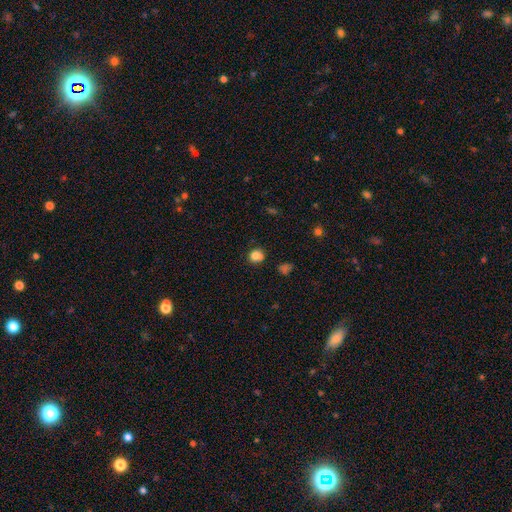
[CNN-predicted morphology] Smooth or featured?
  - smooth: 82% *
  - star or artifact: 12%
  - featured or disk: 6%
How rounded?
  - round: 79% *
  - in between: 20%
  - cigar-shaped: 1%
Merging?
  - none: 74% *
  - minor disturbance: 18%
  - merger: 4%
  - major disturbance: 4%